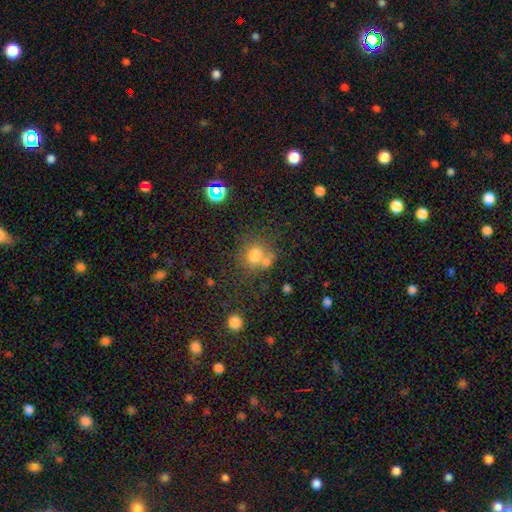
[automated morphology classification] This appears to be a smooth galaxy with no disk features (74%) that is round (76%). Merging: none (53%).